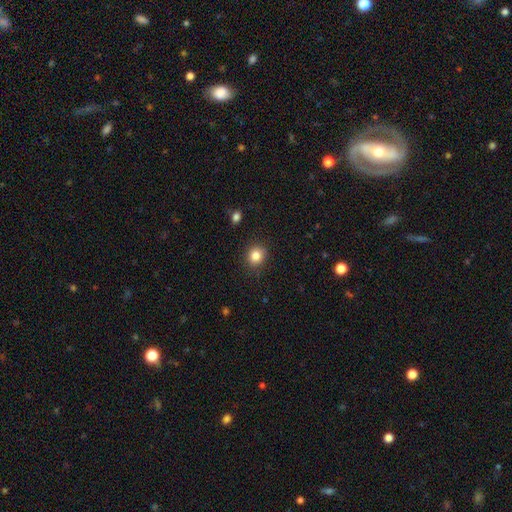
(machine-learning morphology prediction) Q: Smooth or featured?
A: smooth (84%); runner-up: star or artifact (10%)
Q: How rounded?
A: round (79%); runner-up: in between (20%)
Q: Merging?
A: none (88%); runner-up: minor disturbance (8%)